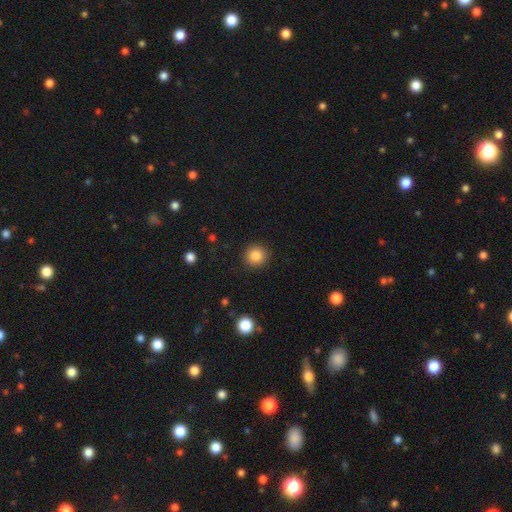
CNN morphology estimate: Smooth or featured?
  - smooth: 85% *
  - star or artifact: 10%
  - featured or disk: 5%
How rounded?
  - round: 94% *
  - in between: 5%
  - cigar-shaped: 1%
Merging?
  - none: 91% *
  - minor disturbance: 6%
  - major disturbance: 2%
  - merger: 1%